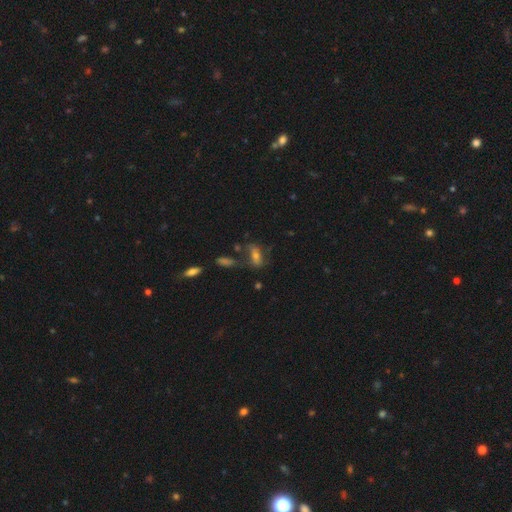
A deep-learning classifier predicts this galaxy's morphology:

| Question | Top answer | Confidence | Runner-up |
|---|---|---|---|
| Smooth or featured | smooth | 55% | featured or disk (32%) |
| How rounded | in between | 79% | cigar-shaped (13%) |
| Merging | none | 50% | minor disturbance (22%) |